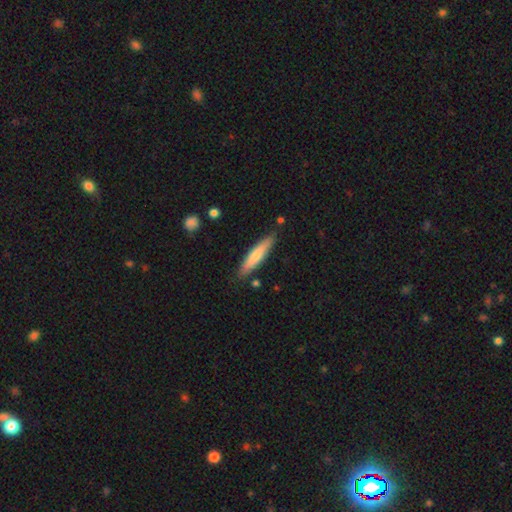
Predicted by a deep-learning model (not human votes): Smooth or featured? smooth (69%)
How rounded? cigar-shaped (85%)
Merging? none (85%)